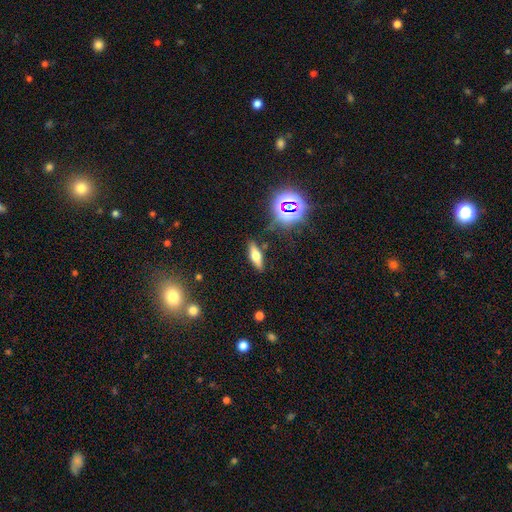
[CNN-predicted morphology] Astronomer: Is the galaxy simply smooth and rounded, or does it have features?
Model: smooth — 48% (runner-up: featured or disk, 36%).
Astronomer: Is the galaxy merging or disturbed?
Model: none — 84%.